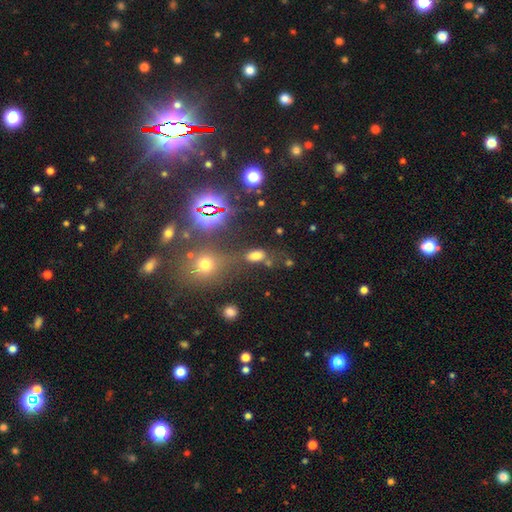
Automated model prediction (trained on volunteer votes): Smooth or featured? Predicted: smooth (p=0.66). How rounded? Predicted: in between (p=0.84). Merging? Predicted: none (p=0.60).